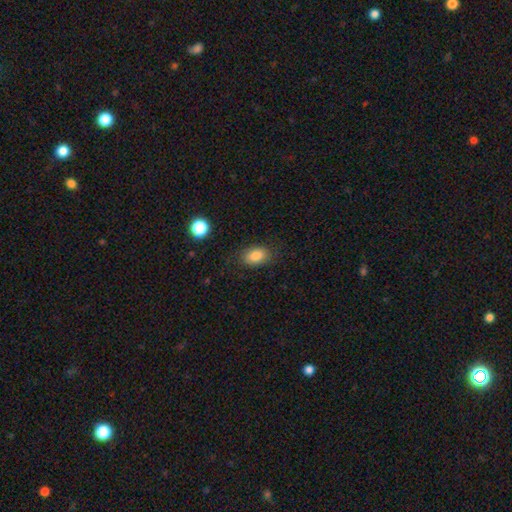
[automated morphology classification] smooth_or_featured: smooth (p=0.84) [alt: star or artifact p=0.09]
how_rounded: in between (p=0.87) [alt: round p=0.12]
merging: none (p=0.80) [alt: minor disturbance p=0.14]